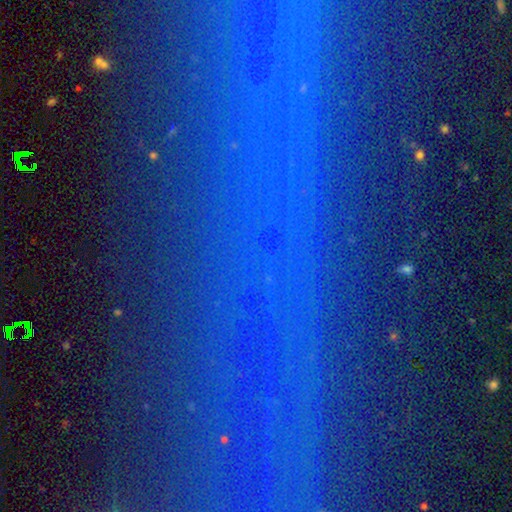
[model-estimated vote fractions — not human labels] Morphology: type=star or artifact (78%).